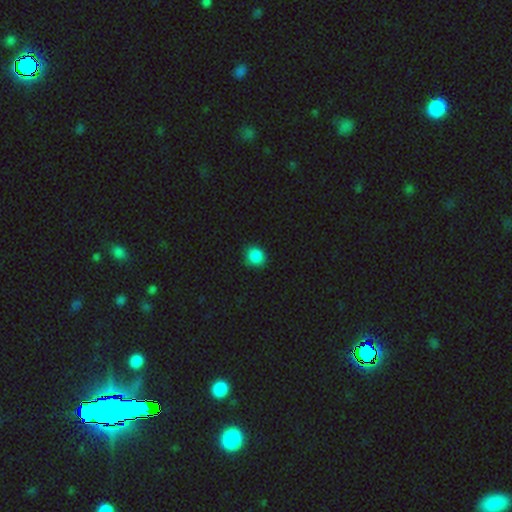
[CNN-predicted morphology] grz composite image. It shows a smooth galaxy with no disk features (86%) that is round (81%). Merging: none (84%).